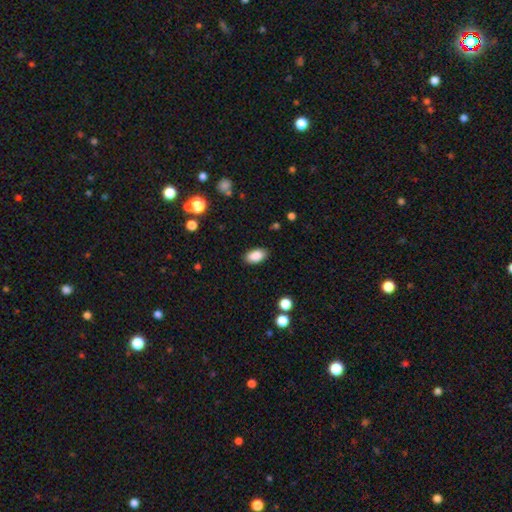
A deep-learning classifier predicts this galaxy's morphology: Smooth or featured? Predicted: smooth (p=0.88). How rounded? Predicted: in between (p=0.93). Merging? Predicted: none (p=0.87).